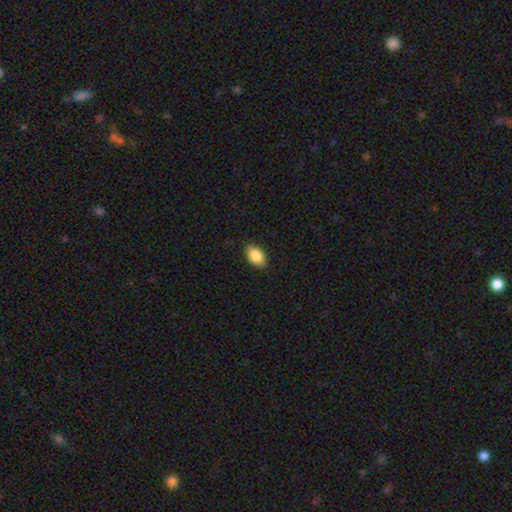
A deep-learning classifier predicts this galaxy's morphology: The model was most divided on "merging": none: 87%, minor disturbance: 10%, major disturbance: 2%, merger: 1%. More confident: smooth or featured — smooth (88%); how rounded — in between (88%).